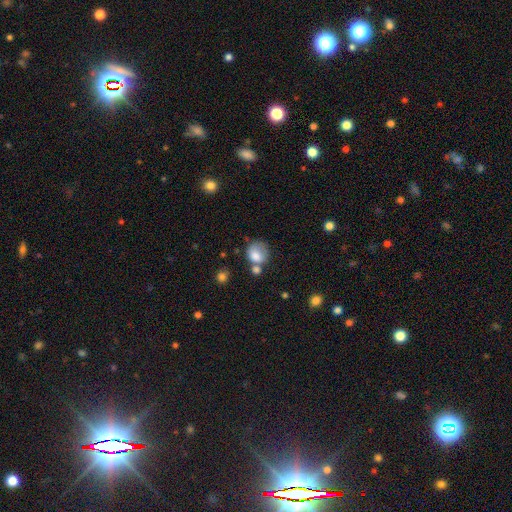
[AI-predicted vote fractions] A smooth galaxy with no disk features (78%) that is round (66%).

Vote fractions:
- Smooth or featured? smooth: 78% / featured or disk: 12% / star or artifact: 9%
- How rounded? round: 66% / in between: 33% / cigar-shaped: 1%
- Merging? none: 39% / merger: 26% / minor disturbance: 22% / major disturbance: 13%